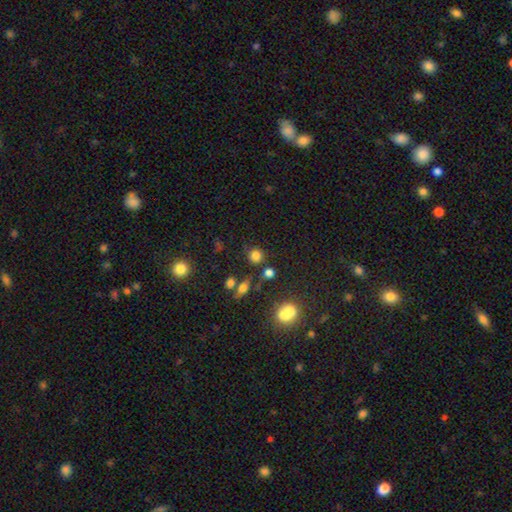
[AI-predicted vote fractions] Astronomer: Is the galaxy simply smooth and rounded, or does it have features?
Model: smooth — 77%.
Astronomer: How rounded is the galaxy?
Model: round — 88%.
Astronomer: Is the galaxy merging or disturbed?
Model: none — 75%.